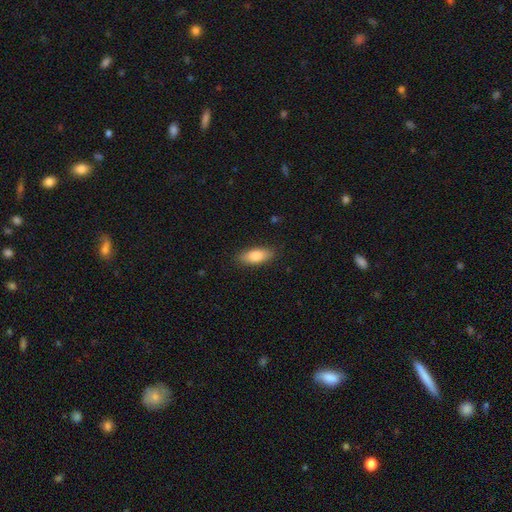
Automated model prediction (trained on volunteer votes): This appears to be a smooth galaxy with no disk features (84%) that is in between round and cigar-shaped (78%). Merging: none (87%).